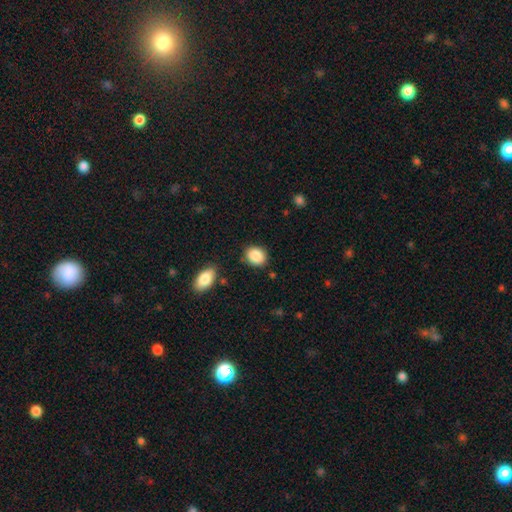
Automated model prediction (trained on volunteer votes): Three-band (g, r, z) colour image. It shows a smooth galaxy with no disk features (89%) that is round (54%). Merging: none (83%).